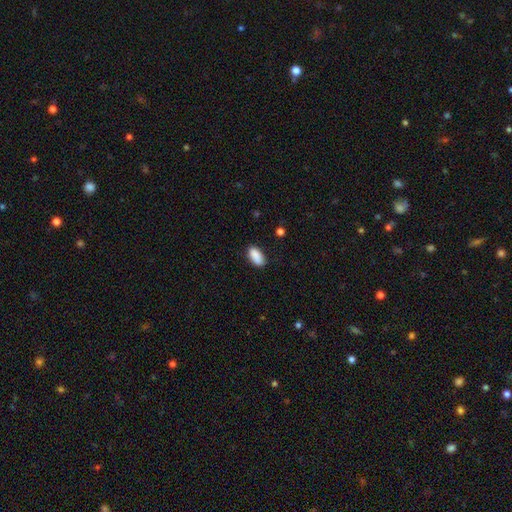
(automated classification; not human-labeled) smooth_or_featured: smooth (p=0.89) [alt: star or artifact p=0.07]
how_rounded: in between (p=0.91) [alt: cigar-shaped p=0.06]
merging: none (p=0.82) [alt: minor disturbance p=0.14]